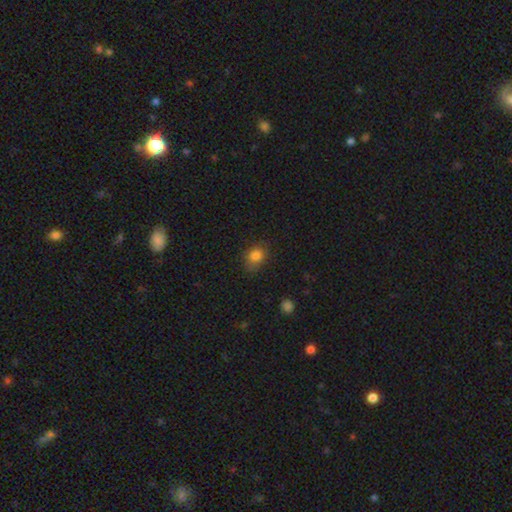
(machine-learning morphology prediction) Smooth or featured?
  - smooth: 83% *
  - star or artifact: 11%
  - featured or disk: 6%
How rounded?
  - in between: 50% *
  - round: 49%
  - cigar-shaped: 1%
Merging?
  - none: 75% *
  - minor disturbance: 19%
  - major disturbance: 5%
  - merger: 1%